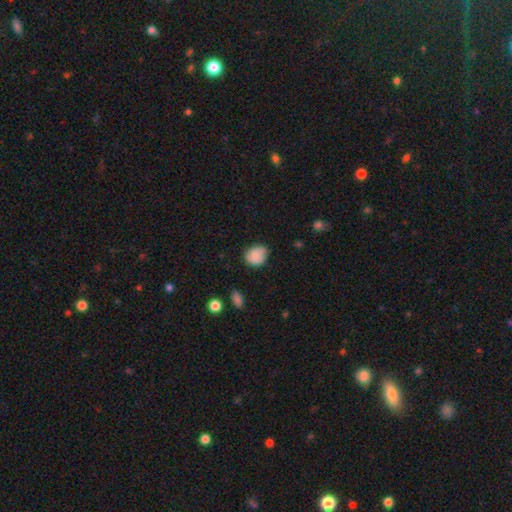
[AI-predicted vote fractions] Q: Smooth or featured?
A: smooth (84%); runner-up: star or artifact (8%)
Q: How rounded?
A: round (59%); runner-up: in between (40%)
Q: Merging?
A: none (72%); runner-up: minor disturbance (23%)